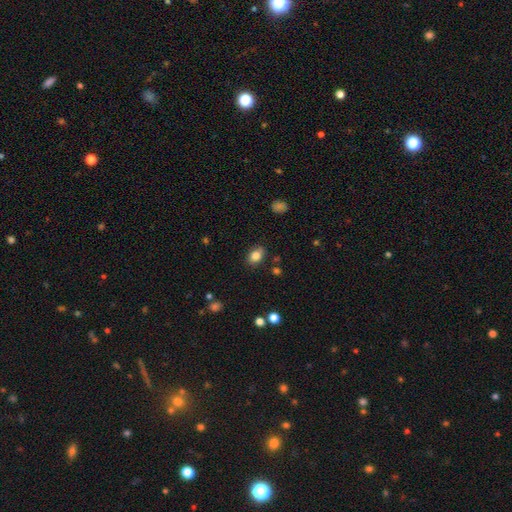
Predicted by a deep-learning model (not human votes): Smooth or featured: smooth — 83% (star or artifact — 9%)
How rounded: in between — 77% (round — 22%)
Merging: none — 84% (minor disturbance — 11%)